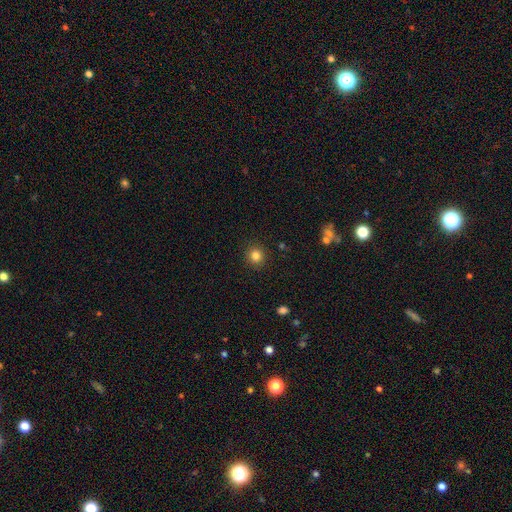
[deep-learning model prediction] The model was most divided on "smooth or featured": smooth: 83%, star or artifact: 12%, featured or disk: 5%. More confident: how rounded — round (92%); merging — none (91%).